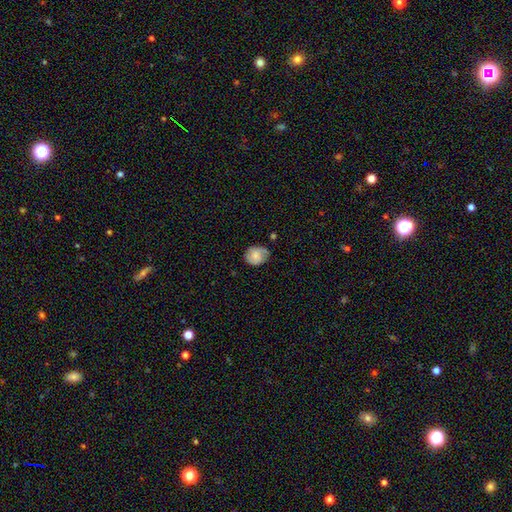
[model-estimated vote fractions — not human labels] This is likely a smooth galaxy (68%). How rounded: possibly round (58%). Merging: likely none (63%).